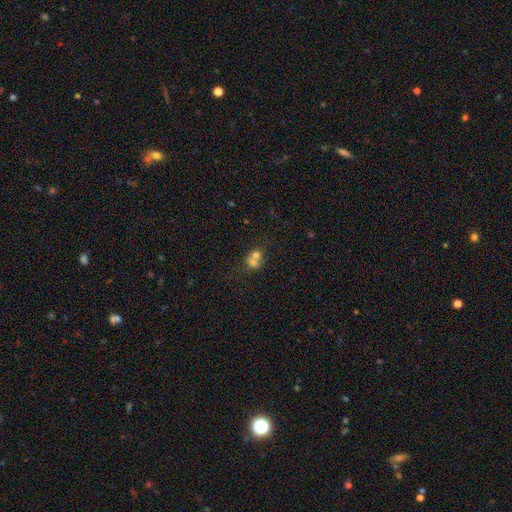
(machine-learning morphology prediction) smooth_or_featured: smooth (p=0.66) [alt: featured or disk p=0.20]
how_rounded: round (p=0.68) [alt: in between p=0.31]
merging: merger (p=0.66) [alt: none p=0.25]